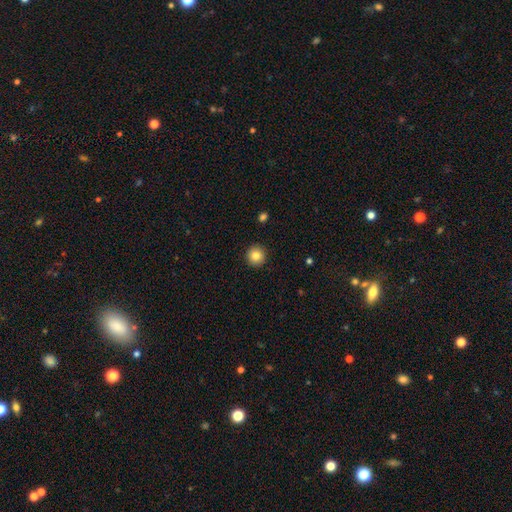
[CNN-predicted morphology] smooth 84%, star or artifact 9%, featured or disk 7%. Down the decision tree: how rounded — round (95%); merging — none (92%).